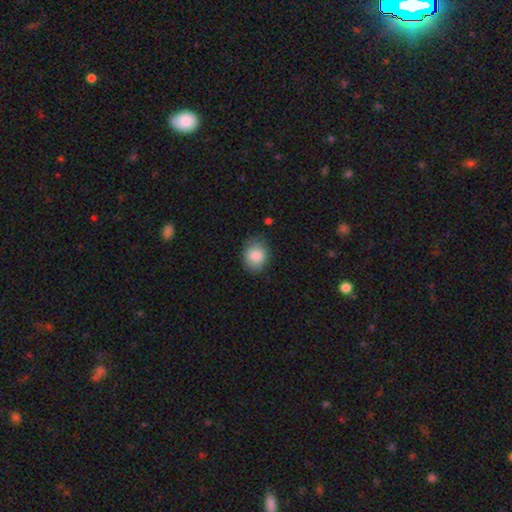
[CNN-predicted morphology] A smooth galaxy with no disk features (87%) that is in between round and cigar-shaped (50%). Merging: none (78%).